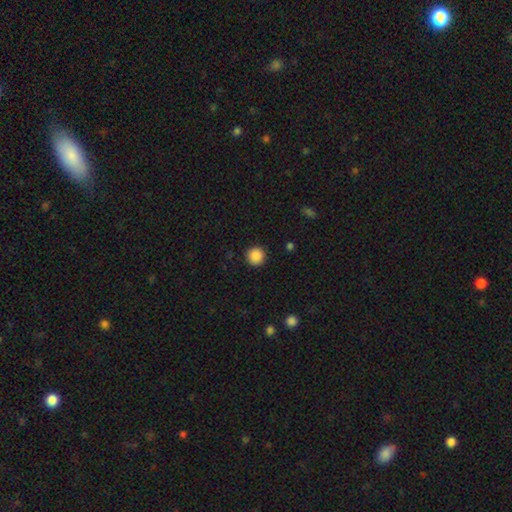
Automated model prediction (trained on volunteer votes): Smooth or featured?
  - smooth: 88% *
  - star or artifact: 9%
  - featured or disk: 2%
How rounded?
  - round: 95% *
  - in between: 4%
  - cigar-shaped: 1%
Merging?
  - none: 92% *
  - minor disturbance: 5%
  - major disturbance: 2%
  - merger: 1%